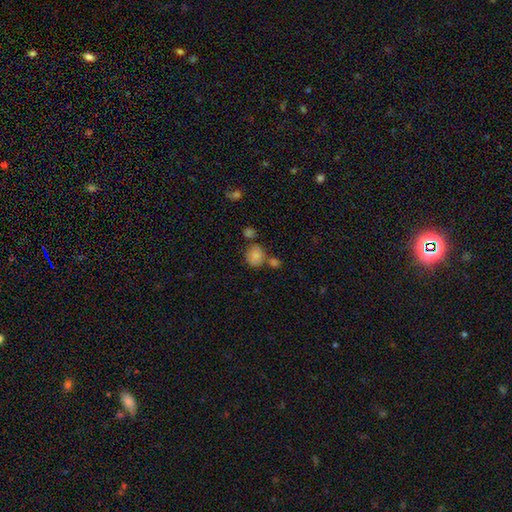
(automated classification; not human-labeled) Morphology: type=smooth (80%); roundness=round (66%); merging=none (58%).